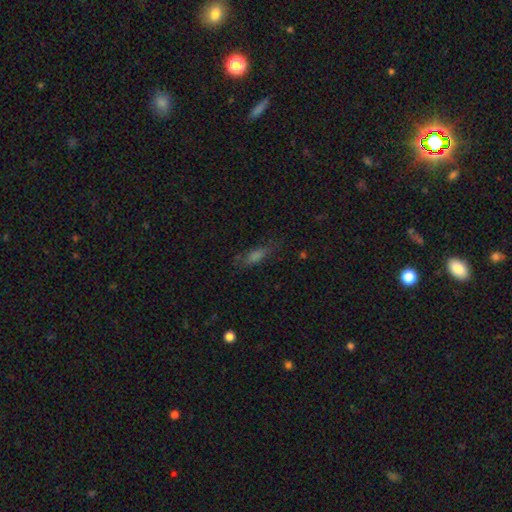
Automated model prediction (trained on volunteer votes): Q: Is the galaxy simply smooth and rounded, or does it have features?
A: smooth — 49%.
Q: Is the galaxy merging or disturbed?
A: none — 72%.